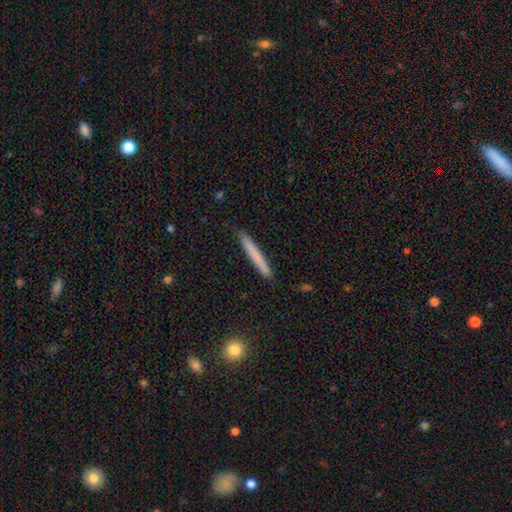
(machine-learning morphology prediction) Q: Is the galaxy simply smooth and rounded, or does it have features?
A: smooth — 72%.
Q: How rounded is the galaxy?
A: cigar-shaped — 97%.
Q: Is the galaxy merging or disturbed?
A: none — 90%.